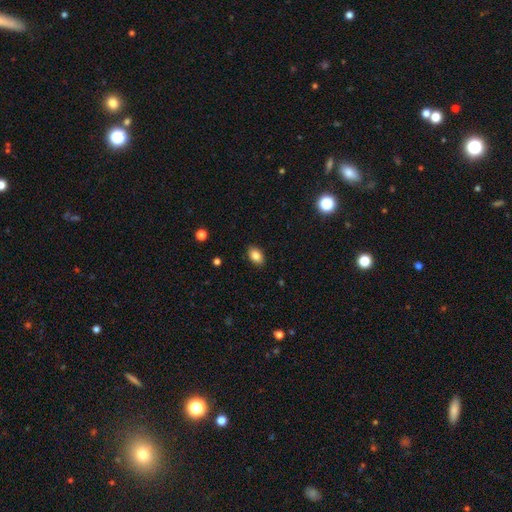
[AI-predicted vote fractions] The model was most divided on "smooth or featured": smooth: 84%, star or artifact: 9%, featured or disk: 7%. More confident: merging — none (88%); how rounded — in between (87%).